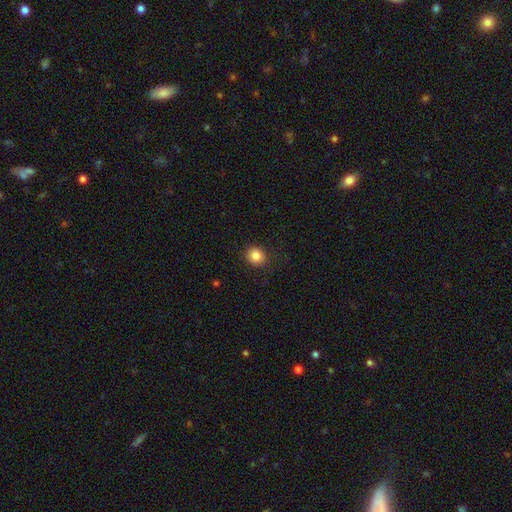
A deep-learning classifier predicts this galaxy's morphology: smooth-or-featured: smooth: 85% | star or artifact: 10% | featured or disk: 5%
  how-rounded: round: 81% | in between: 18% | cigar-shaped: 1%
  merging: none: 88% | minor disturbance: 8% | major disturbance: 3% | merger: 1%